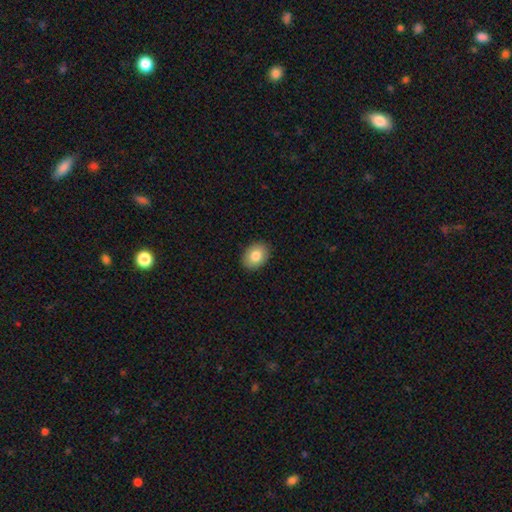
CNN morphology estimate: Smooth or featured? Predicted: smooth (p=0.82). How rounded? Predicted: in between (p=0.66). Merging? Predicted: none (p=0.90).